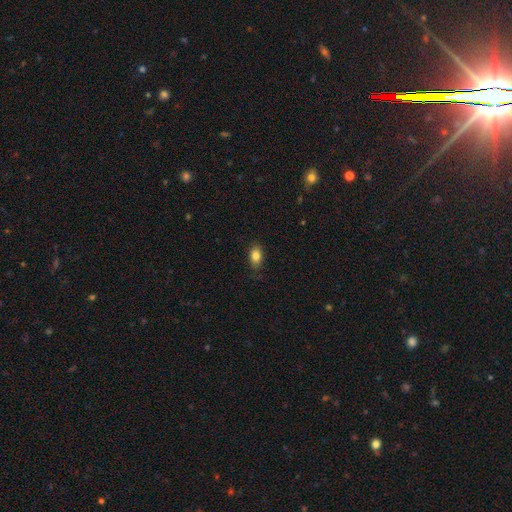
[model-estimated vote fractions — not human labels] Smooth or featured? smooth (84%)
How rounded? in between (86%)
Merging? none (83%)